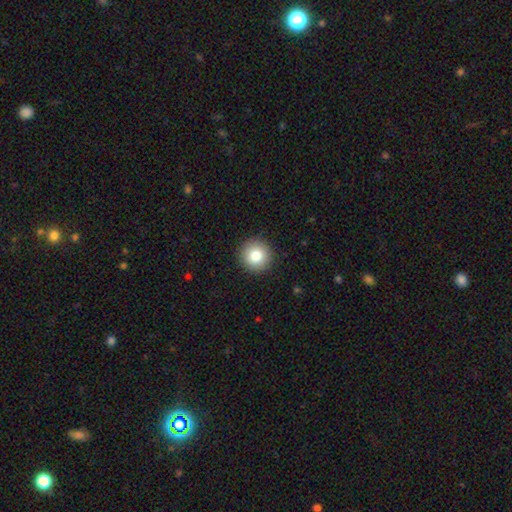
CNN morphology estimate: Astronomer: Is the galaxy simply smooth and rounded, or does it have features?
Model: smooth — 82%.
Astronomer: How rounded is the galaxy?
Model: round — 95%.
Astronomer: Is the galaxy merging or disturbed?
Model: none — 92%.